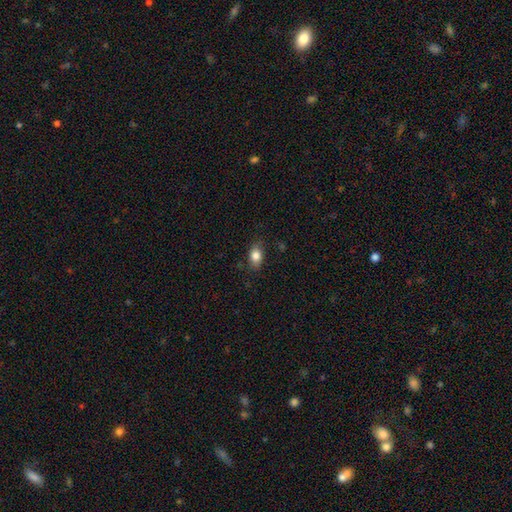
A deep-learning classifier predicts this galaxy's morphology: smooth-or-featured: smooth: 82% | featured or disk: 9% | star or artifact: 9%
  how-rounded: in between: 81% | round: 17% | cigar-shaped: 2%
  merging: none: 79% | minor disturbance: 17% | major disturbance: 4% | merger: 1%